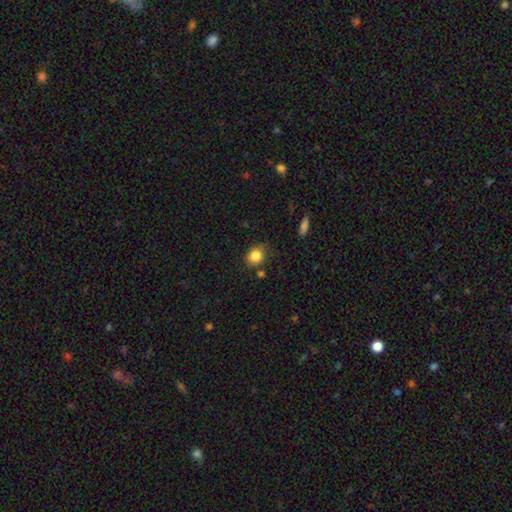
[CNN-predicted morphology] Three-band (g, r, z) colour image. It shows a smooth galaxy with no disk features (85%) that is round (70%). Merging: none (71%).